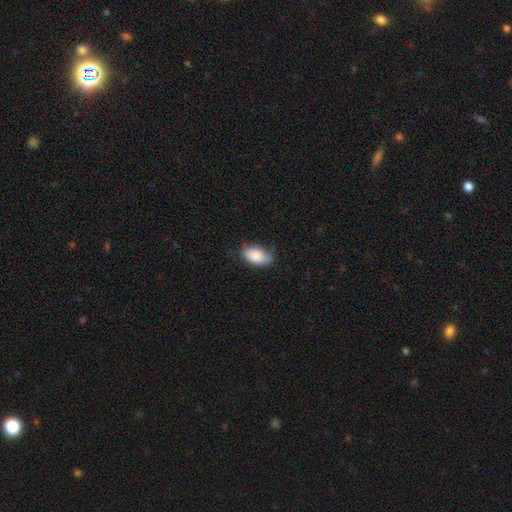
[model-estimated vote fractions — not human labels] A smooth galaxy with no disk features (85%) that is in between round and cigar-shaped (93%). Merging: none (61%).